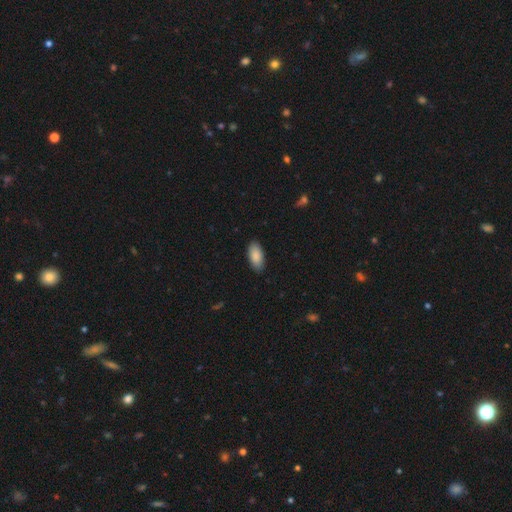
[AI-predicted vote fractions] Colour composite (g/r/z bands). It shows a smooth galaxy with no disk features (89%) that is in between round and cigar-shaped (93%). Merging: none (87%).